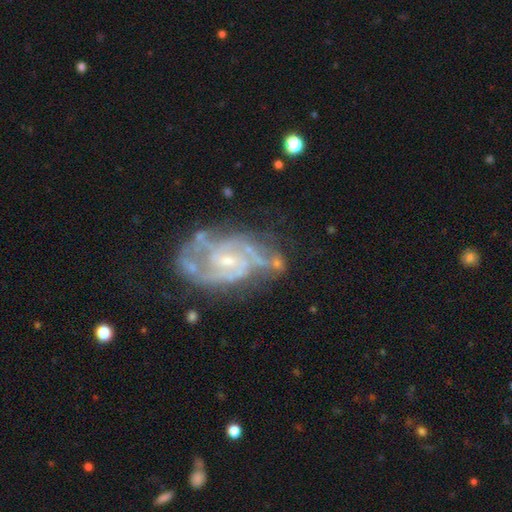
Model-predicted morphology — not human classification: Smooth or featured?
  - featured or disk: 87% *
  - smooth: 7%
  - star or artifact: 6%
Edge-on disk?
  - no: 97% *
  - yes: 3%
Bar?
  - no: 47% *
  - weak: 44%
  - strong: 9%
Spiral arms?
  - yes: 91% *
  - no: 9%
Spiral winding?
  - medium: 45% *
  - tight: 42%
  - loose: 13%
Spiral arm count?
  - 2: 40% *
  - can't tell: 26%
  - 3: 19%
  - 4: 6%
  - 1: 5%
  - more than 4: 4%
Bulge size?
  - small: 63% *
  - moderate: 29%
  - none: 5%
  - large: 1%
  - dominant: 1%
Merging?
  - none: 50% *
  - minor disturbance: 26%
  - major disturbance: 19%
  - merger: 5%